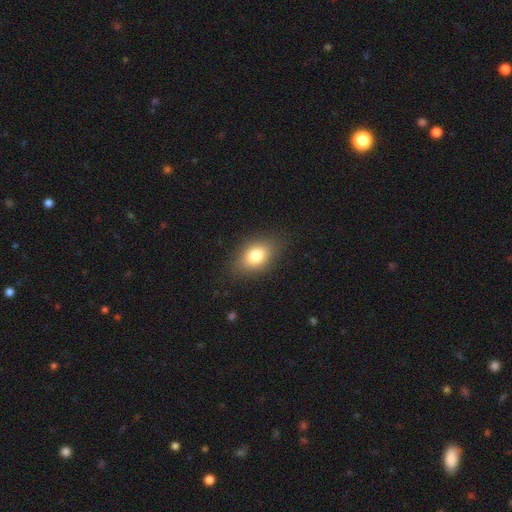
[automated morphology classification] Smooth or featured: smooth — 79% (featured or disk — 11%)
How rounded: in between — 80% (round — 18%)
Merging: none — 83% (minor disturbance — 12%)